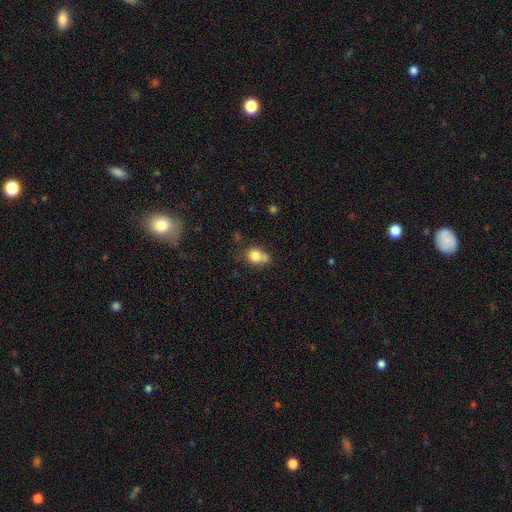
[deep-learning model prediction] A smooth galaxy with no disk features (78%) that is round (61%). Merging: none (46%).